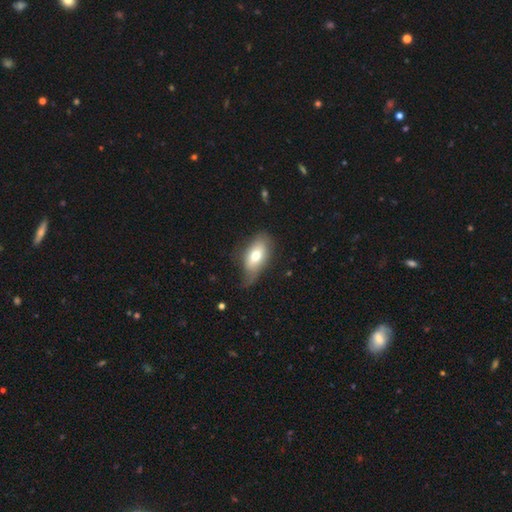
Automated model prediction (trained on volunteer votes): Smooth or featured? smooth (68%)
How rounded? in between (89%)
Merging? none (47%)